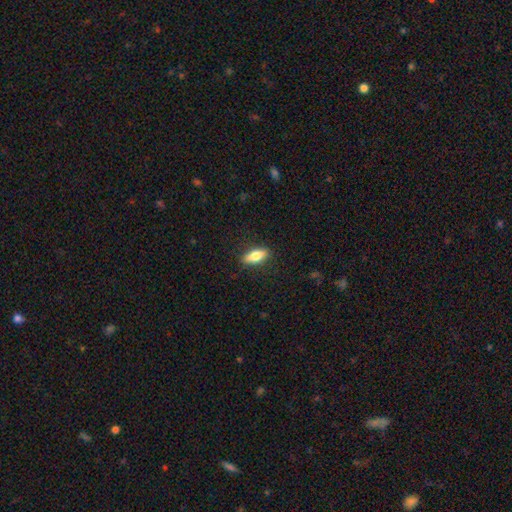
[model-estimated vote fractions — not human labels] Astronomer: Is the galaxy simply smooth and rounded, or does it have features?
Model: smooth — 75%.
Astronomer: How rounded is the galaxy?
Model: in between — 71%.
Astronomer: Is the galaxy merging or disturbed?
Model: none — 87%.